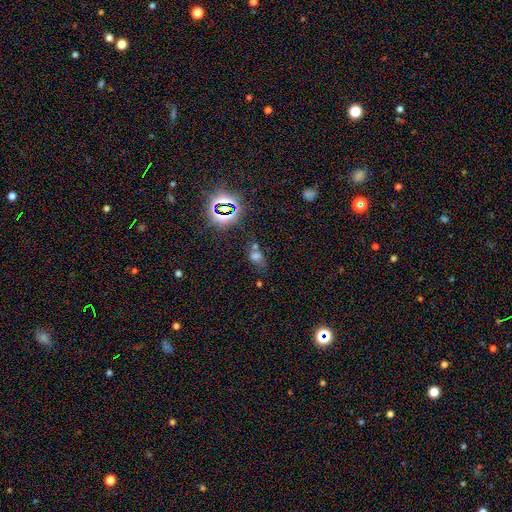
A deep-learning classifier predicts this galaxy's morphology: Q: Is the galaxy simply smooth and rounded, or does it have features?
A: smooth — 45%.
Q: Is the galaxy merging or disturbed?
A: none — 49%.